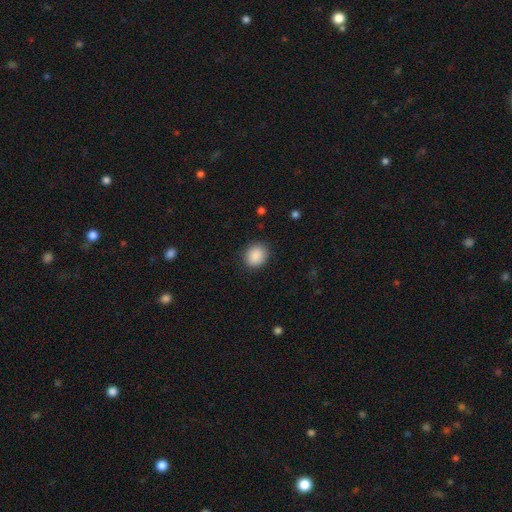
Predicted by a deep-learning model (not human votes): A smooth galaxy with no disk features (89%) that is round (71%). Merging: none (88%).